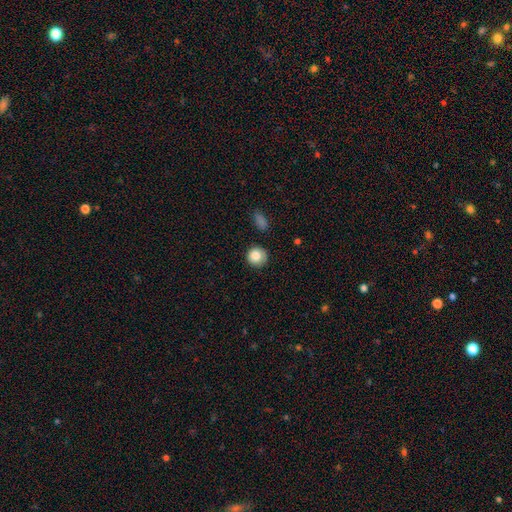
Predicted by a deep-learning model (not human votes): A smooth galaxy with no disk features (84%) that is round (92%).

Vote fractions:
- Smooth or featured? smooth: 84% / star or artifact: 9% / featured or disk: 8%
- How rounded? round: 92% / in between: 7% / cigar-shaped: 1%
- Merging? none: 83% / minor disturbance: 12% / major disturbance: 3% / merger: 2%